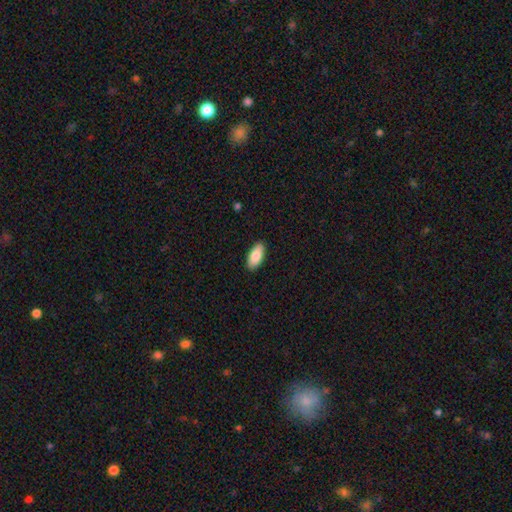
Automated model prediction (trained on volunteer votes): This appears to be a smooth galaxy with no disk features (85%) that is in between round and cigar-shaped (90%). Merging: none (90%).